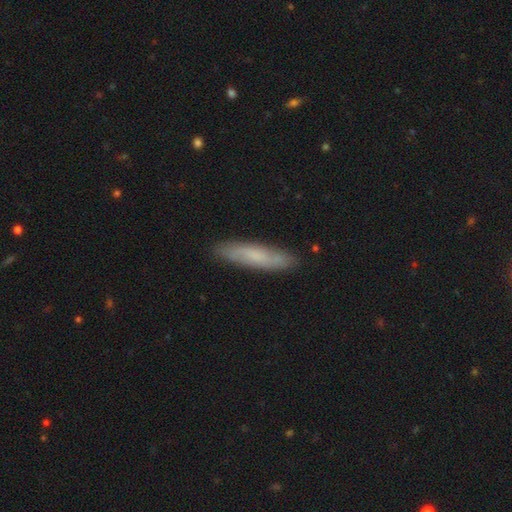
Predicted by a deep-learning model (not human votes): Smooth or featured? smooth (62%)
How rounded? cigar-shaped (84%)
Merging? none (87%)